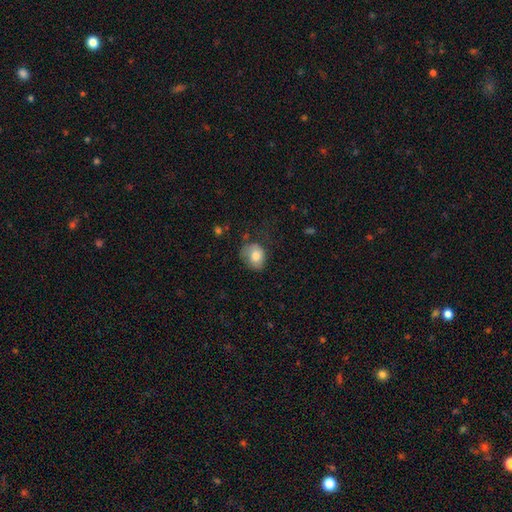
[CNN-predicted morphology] Smooth or featured? Predicted: smooth (p=0.76). How rounded? Predicted: in between (p=0.53). Merging? Predicted: none (p=0.53).